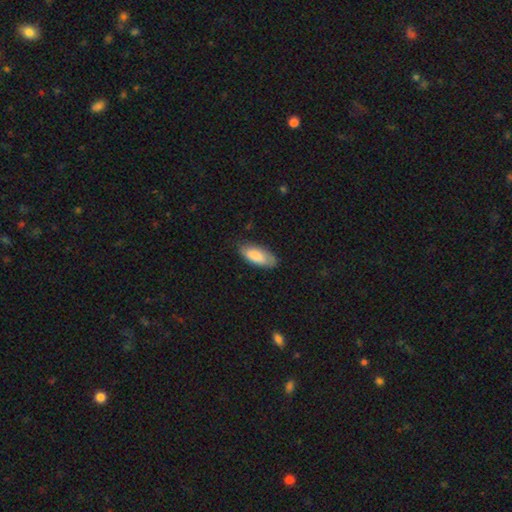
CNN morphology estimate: Smooth or featured?
  - smooth: 83% *
  - featured or disk: 12%
  - star or artifact: 6%
How rounded?
  - in between: 84% *
  - cigar-shaped: 14%
  - round: 2%
Merging?
  - none: 74% *
  - minor disturbance: 21%
  - major disturbance: 4%
  - merger: 1%